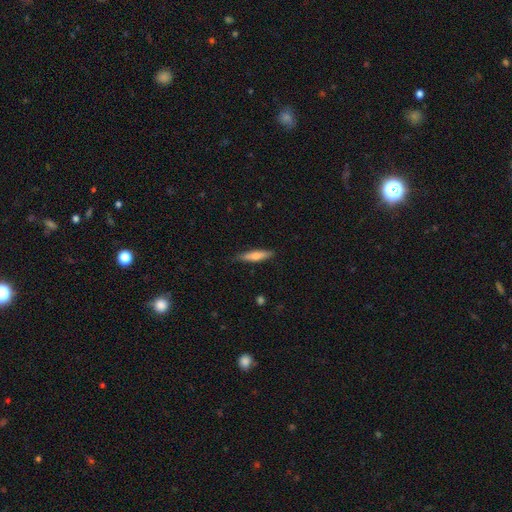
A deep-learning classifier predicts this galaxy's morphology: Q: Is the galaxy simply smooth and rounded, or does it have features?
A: smooth — 66%.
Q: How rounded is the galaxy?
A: cigar-shaped — 80%.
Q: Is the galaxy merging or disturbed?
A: none — 83%.